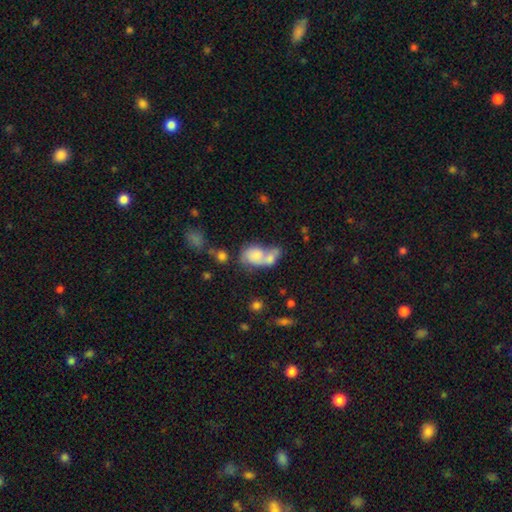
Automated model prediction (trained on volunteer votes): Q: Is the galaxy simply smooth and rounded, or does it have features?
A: smooth — 69%.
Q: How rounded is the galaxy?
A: in between — 70%.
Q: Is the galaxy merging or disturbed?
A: merger — 72%.